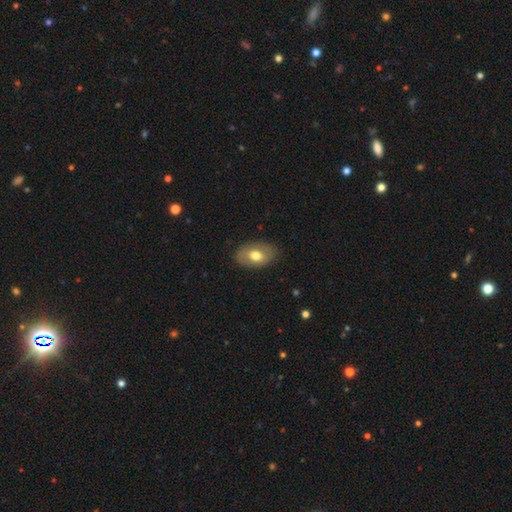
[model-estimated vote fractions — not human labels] smooth 68%, featured or disk 25%, star or artifact 7%. Down the decision tree: how rounded — in between (87%); merging — none (83%).